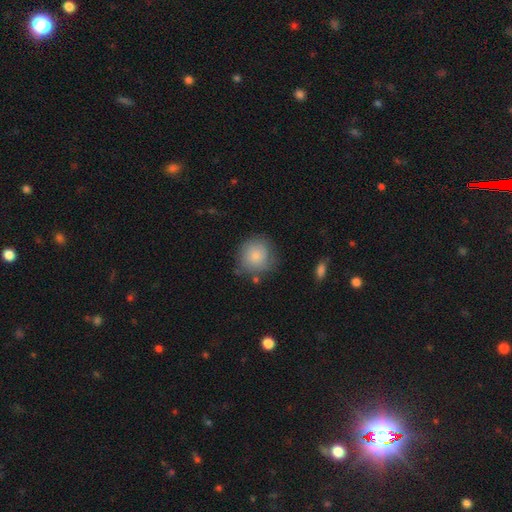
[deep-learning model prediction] Smooth or featured?
  - smooth: 79% *
  - featured or disk: 14%
  - star or artifact: 7%
How rounded?
  - round: 89% *
  - in between: 10%
  - cigar-shaped: 1%
Merging?
  - none: 69% *
  - minor disturbance: 21%
  - major disturbance: 6%
  - merger: 4%